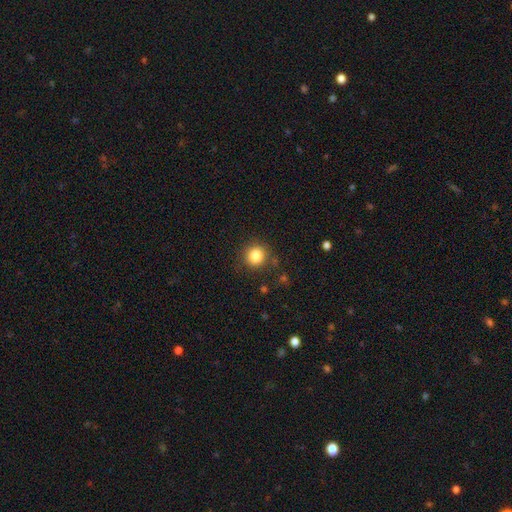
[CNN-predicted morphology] Overall: smooth (84%). How rounded: round (92%). Merging: none (86%).